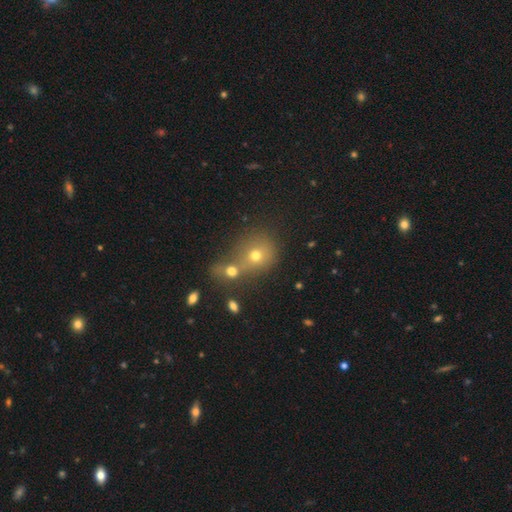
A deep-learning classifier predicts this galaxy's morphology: A smooth galaxy with no disk features (62%) that is round (79%). Merging: merger (55%).